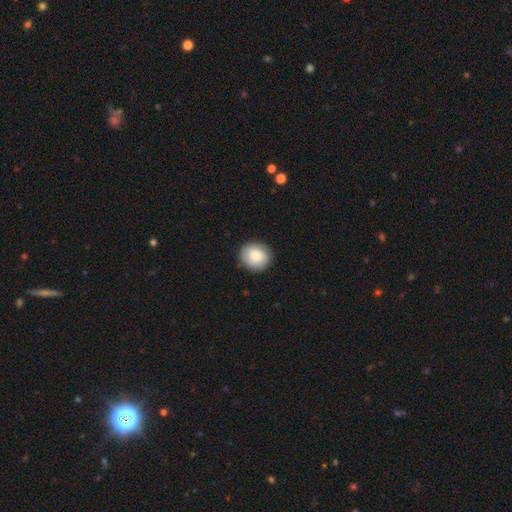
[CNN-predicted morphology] type=smooth (78%); roundness=round (80%); merging=none (87%).